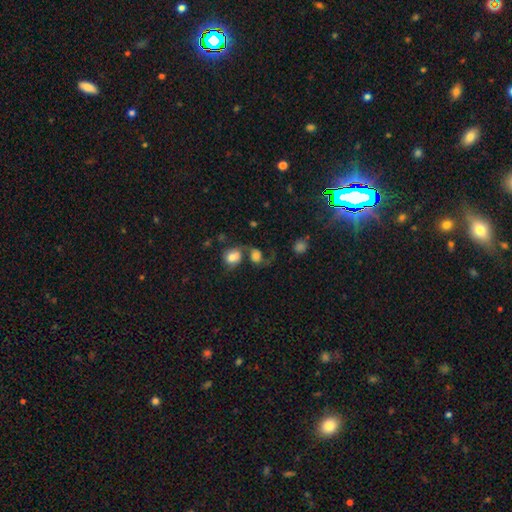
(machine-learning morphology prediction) smooth_or_featured: smooth (p=0.55) [alt: featured or disk p=0.29]
how_rounded: round (p=0.64) [alt: in between p=0.34]
merging: merger (p=0.43) [alt: none p=0.31]